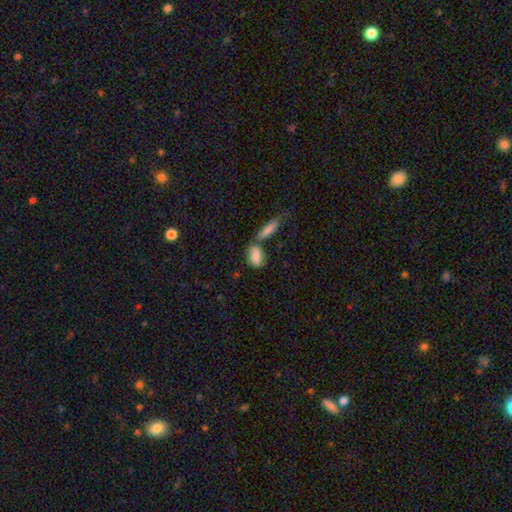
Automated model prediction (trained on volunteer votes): smooth_or_featured: smooth (p=0.83) [alt: featured or disk p=0.10]
how_rounded: in between (p=0.80) [alt: cigar-shaped p=0.14]
merging: none (p=0.44) [alt: merger p=0.37]